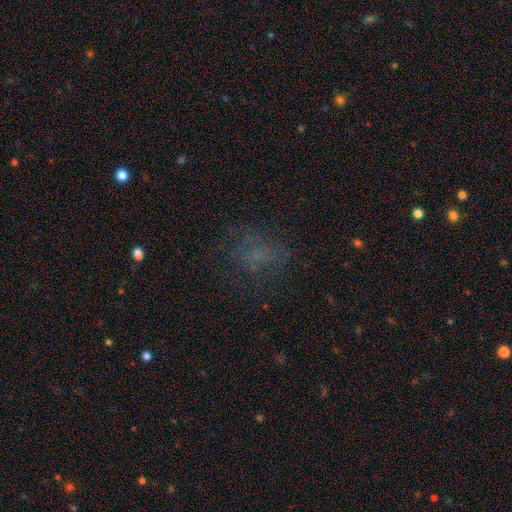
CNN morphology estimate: A smooth galaxy with no disk features (49%).

Vote fractions:
- Smooth or featured? smooth: 49% / star or artifact: 30% / featured or disk: 21%
- Merging? none: 63% / major disturbance: 18% / minor disturbance: 17% / merger: 2%